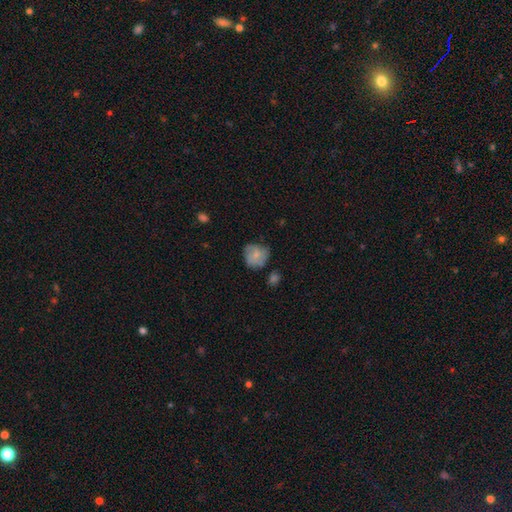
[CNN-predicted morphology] type=smooth (58%); roundness=round (79%); merging=none (59%).